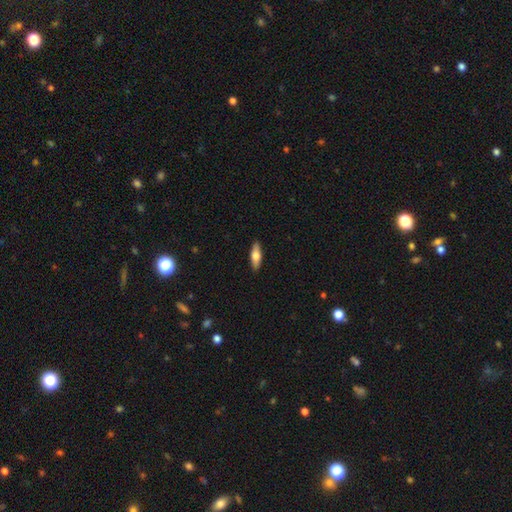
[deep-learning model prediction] smooth-or-featured: smooth: 60% | featured or disk: 34% | star or artifact: 6%
  how-rounded: in between: 54% | cigar-shaped: 44% | round: 3%
  merging: none: 90% | minor disturbance: 7% | major disturbance: 2% | merger: 1%